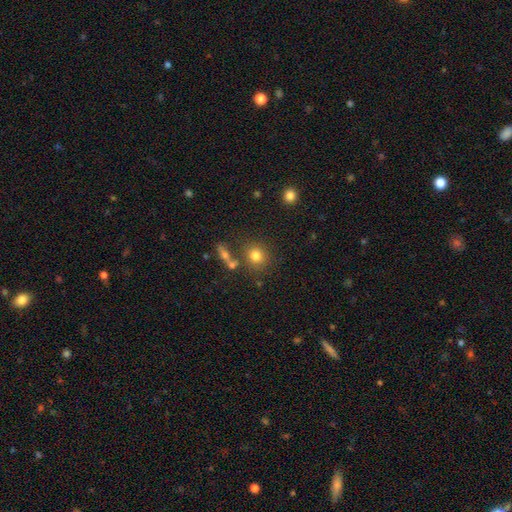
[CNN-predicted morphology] smooth_or_featured: smooth (p=0.78) [alt: star or artifact p=0.13]
how_rounded: round (p=0.82) [alt: in between p=0.16]
merging: none (p=0.74) [alt: merger p=0.11]